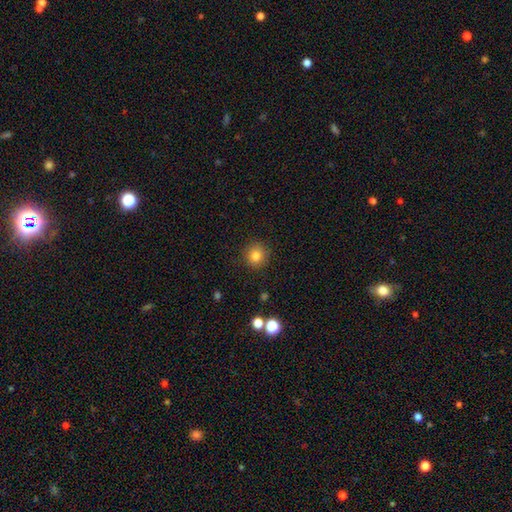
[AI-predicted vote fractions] smooth-or-featured: smooth: 83% | star or artifact: 11% | featured or disk: 6%
  how-rounded: round: 92% | in between: 7% | cigar-shaped: 1%
  merging: none: 90% | minor disturbance: 7% | major disturbance: 2% | merger: 1%